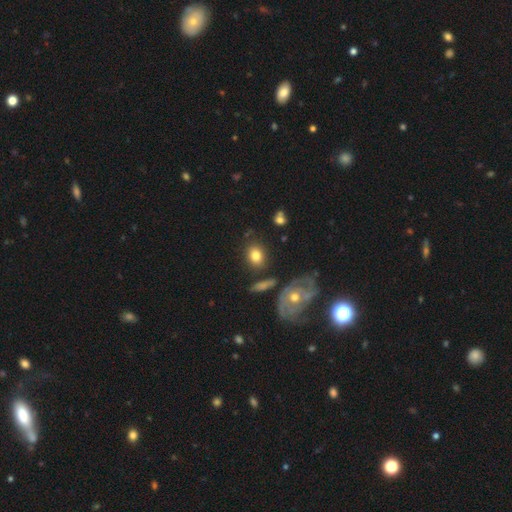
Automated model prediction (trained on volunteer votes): smooth 76%, featured or disk 15%, star or artifact 9%. Down the decision tree: how rounded — in between (56%); merging — none (75%).